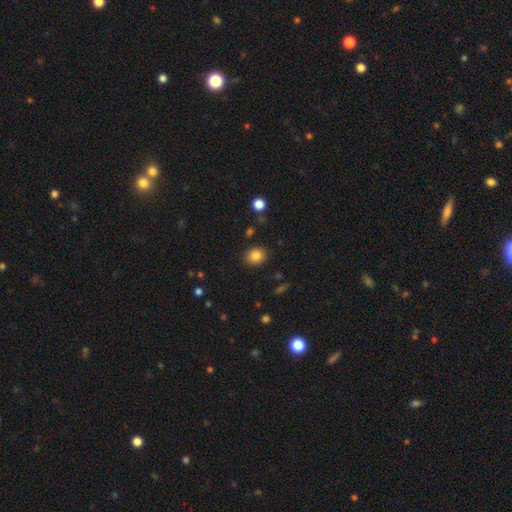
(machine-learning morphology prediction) This is clearly a smooth galaxy (85%). How rounded: possibly round (60%). Merging: clearly none (86%).